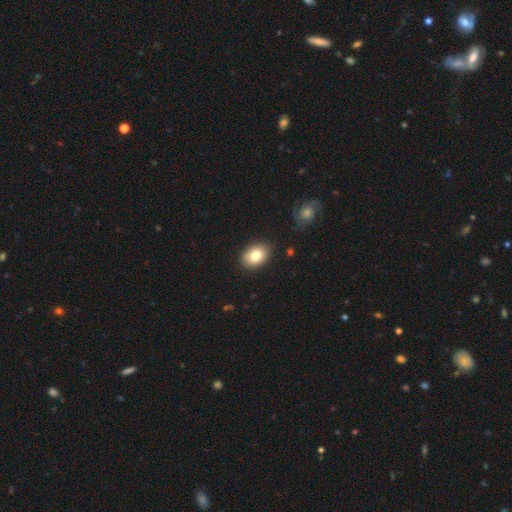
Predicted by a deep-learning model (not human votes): Smooth or featured: smooth — 80% (featured or disk — 12%)
How rounded: in between — 77% (round — 22%)
Merging: none — 86% (minor disturbance — 10%)